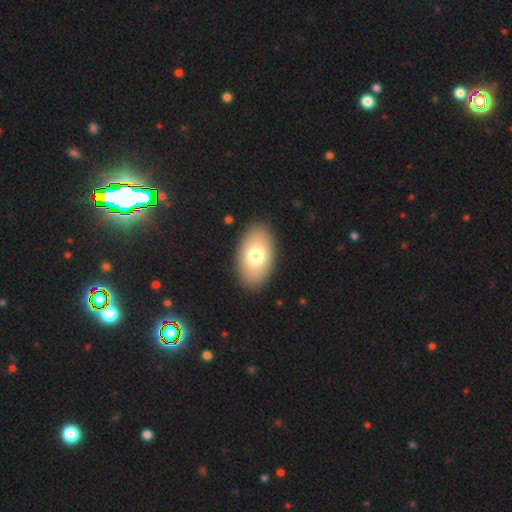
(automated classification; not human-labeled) The model was most divided on "smooth or featured": smooth: 75%, featured or disk: 18%, star or artifact: 7%. More confident: how rounded — in between (92%); merging — none (89%).